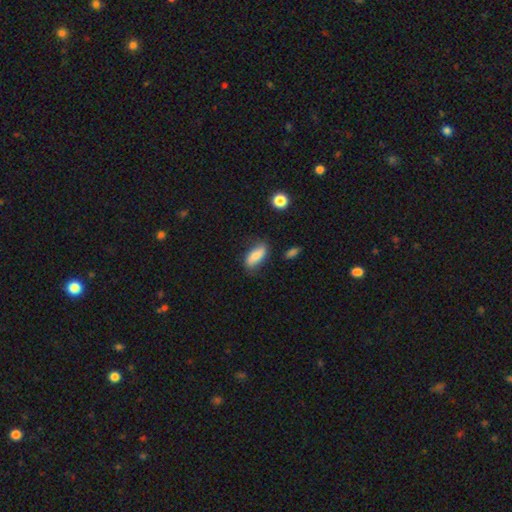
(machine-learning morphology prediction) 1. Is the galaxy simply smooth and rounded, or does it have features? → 76% smooth, 16% featured or disk, 7% star or artifact.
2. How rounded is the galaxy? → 80% in between, 17% cigar-shaped, 3% round.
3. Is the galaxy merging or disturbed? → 72% none, 20% minor disturbance, 5% major disturbance, 3% merger.